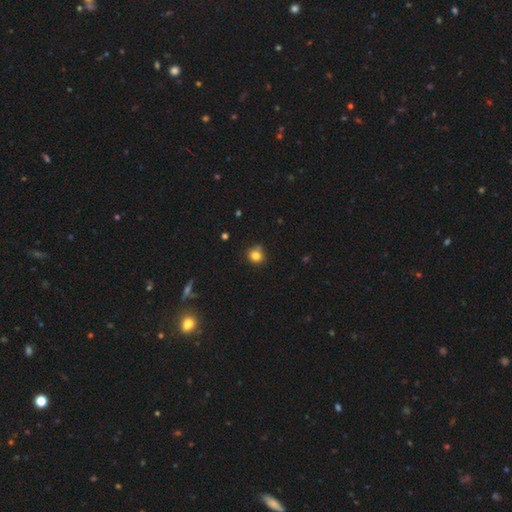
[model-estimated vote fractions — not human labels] Smooth or featured?
  - smooth: 81% *
  - star or artifact: 13%
  - featured or disk: 6%
How rounded?
  - round: 88% *
  - in between: 11%
  - cigar-shaped: 1%
Merging?
  - none: 77% *
  - minor disturbance: 16%
  - major disturbance: 3%
  - merger: 3%